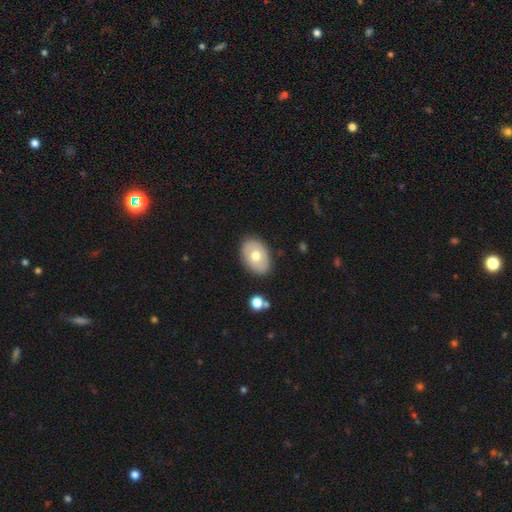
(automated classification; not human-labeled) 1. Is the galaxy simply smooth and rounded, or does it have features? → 64% smooth, 29% featured or disk, 6% star or artifact.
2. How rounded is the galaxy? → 83% in between, 16% round, 1% cigar-shaped.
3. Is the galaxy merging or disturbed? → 84% none, 12% minor disturbance, 3% major disturbance, 2% merger.